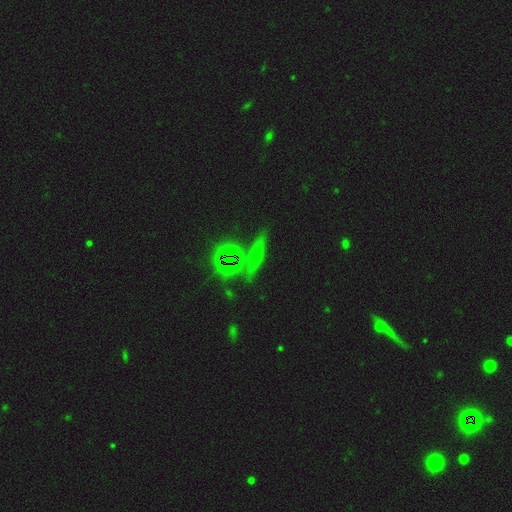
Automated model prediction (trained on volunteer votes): Smooth or featured? Predicted: featured or disk (p=0.37). Merging? Predicted: none (p=0.81).